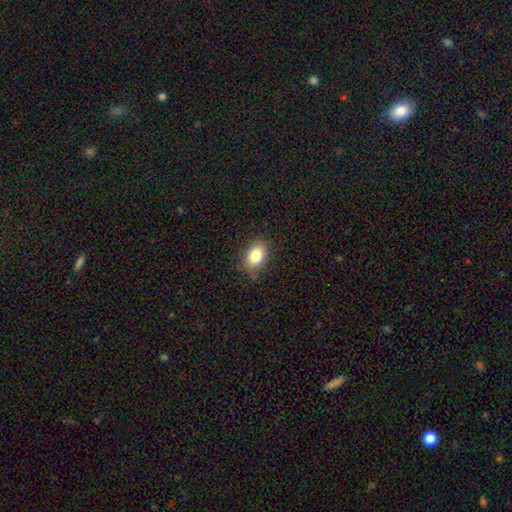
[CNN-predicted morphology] Smooth or featured: smooth — 82% (featured or disk — 9%)
How rounded: in between — 82% (round — 17%)
Merging: none — 83% (minor disturbance — 13%)